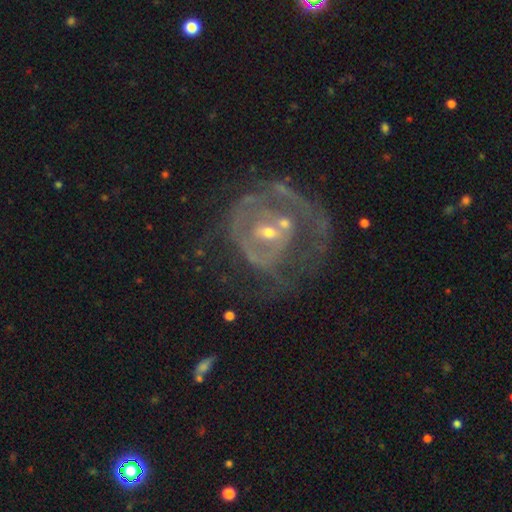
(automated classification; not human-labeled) Overall: featured or disk (78%). Edge-on disk: no (97%). Bar: no (56%; weak 32%). Spiral arms: yes (59%; no 41%). Bulge size: small (62%; moderate 31%). Merging: none (39%; major disturbance 35%).